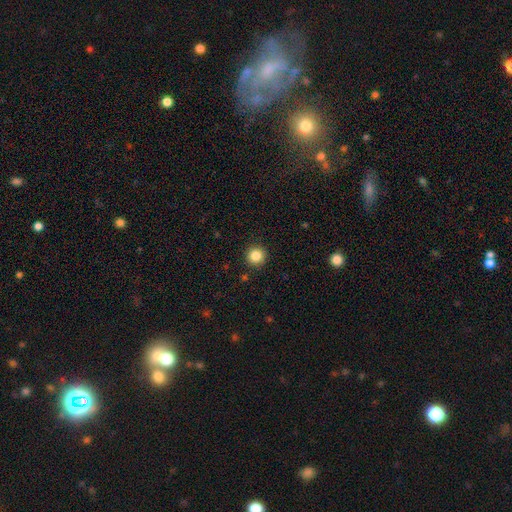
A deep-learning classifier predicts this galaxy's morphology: Smooth or featured? Predicted: smooth (p=0.85). How rounded? Predicted: round (p=0.95). Merging? Predicted: none (p=0.92).